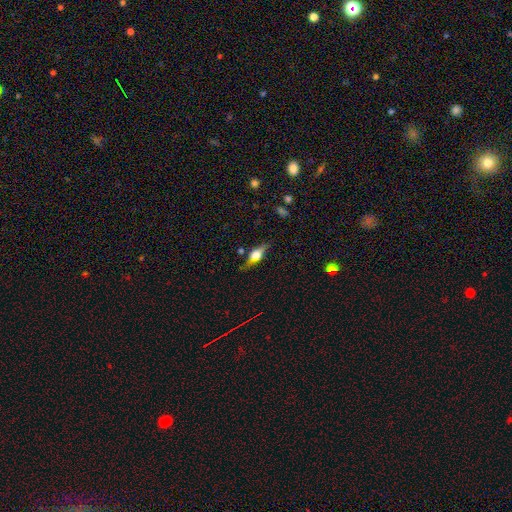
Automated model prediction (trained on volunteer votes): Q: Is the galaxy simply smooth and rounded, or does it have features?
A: featured or disk — 61%.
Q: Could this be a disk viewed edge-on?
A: yes — 91%.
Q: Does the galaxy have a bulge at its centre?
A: rounded — 92%.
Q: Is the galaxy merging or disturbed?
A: none — 75%.